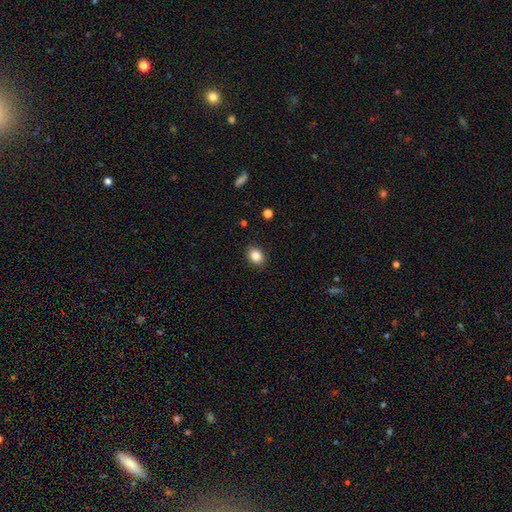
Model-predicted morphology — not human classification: Smooth or featured? Predicted: smooth (p=0.85). How rounded? Predicted: in between (p=0.59). Merging? Predicted: none (p=0.89).